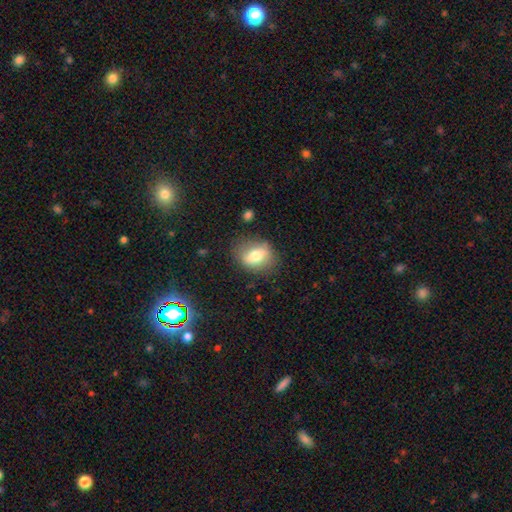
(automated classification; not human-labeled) The model was most divided on "how rounded": in between: 57%, round: 41%, cigar-shaped: 2%. More confident: merging — none (75%); smooth or featured — smooth (65%).